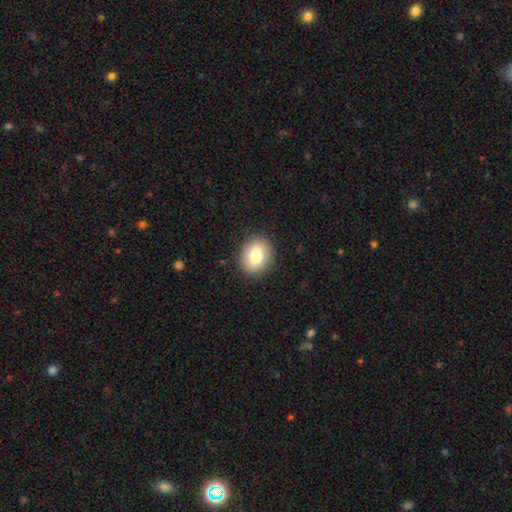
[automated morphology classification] This is likely a smooth galaxy (79%). How rounded: likely round (68%). Merging: clearly none (90%).